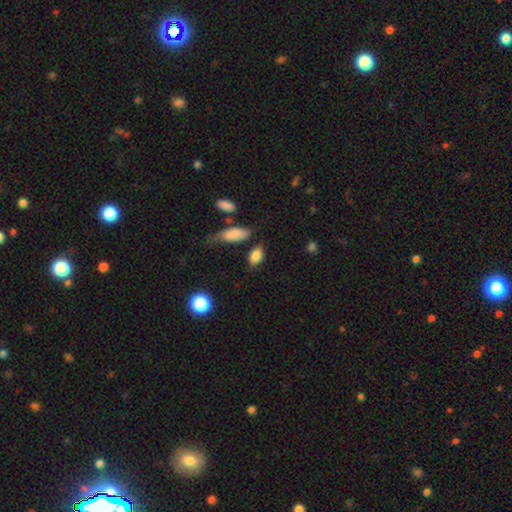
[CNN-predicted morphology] smooth 85%, star or artifact 8%, featured or disk 7%. Down the decision tree: how rounded — in between (89%); merging — none (72%).